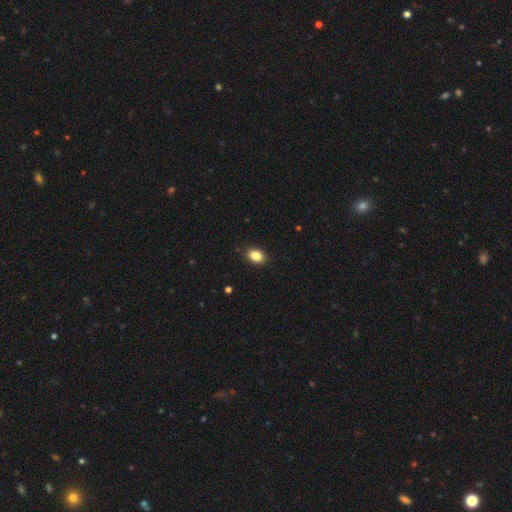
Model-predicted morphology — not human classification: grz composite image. It shows a smooth galaxy with no disk features (87%) that is in between round and cigar-shaped (80%). Merging: none (88%).